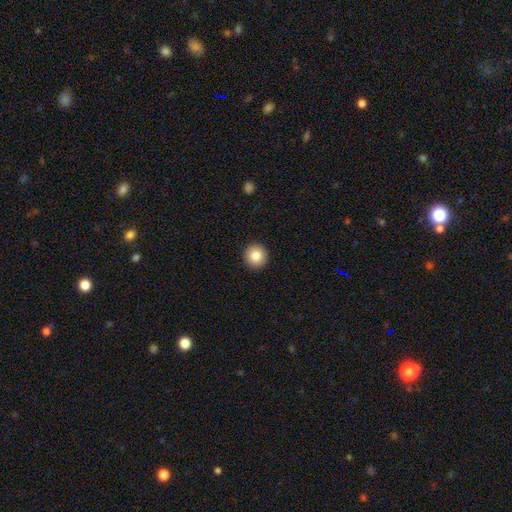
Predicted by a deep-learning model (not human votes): smooth_or_featured: smooth (p=0.83) [alt: star or artifact p=0.09]
how_rounded: round (p=0.95) [alt: in between p=0.04]
merging: none (p=0.93) [alt: minor disturbance p=0.05]